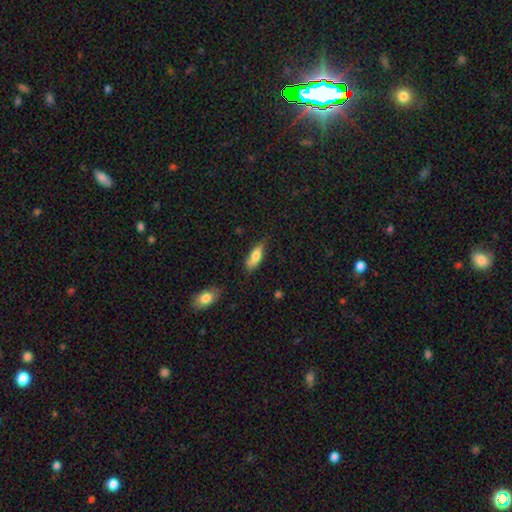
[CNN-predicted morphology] This appears to be a smooth galaxy with no disk features (75%) that is in between round and cigar-shaped (70%). Merging: none (62%).